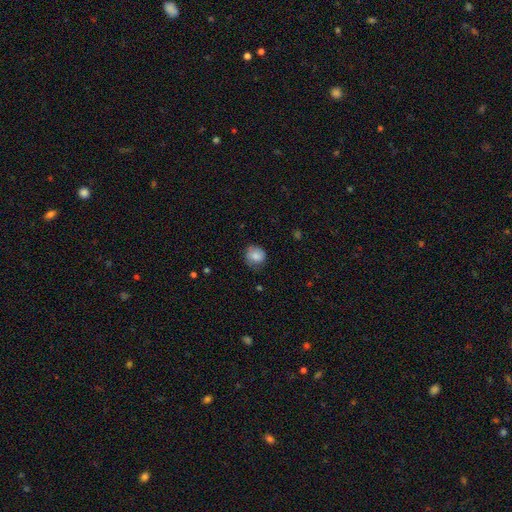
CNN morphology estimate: smooth_or_featured: smooth (p=0.81) [alt: featured or disk p=0.11]
how_rounded: round (p=0.81) [alt: in between p=0.18]
merging: none (p=0.67) [alt: minor disturbance p=0.25]